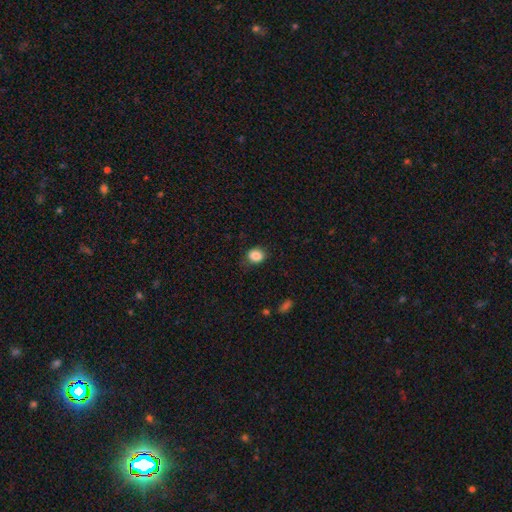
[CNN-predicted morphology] smooth 87%, star or artifact 9%, featured or disk 4%. Down the decision tree: how rounded — round (53%); merging — none (73%).